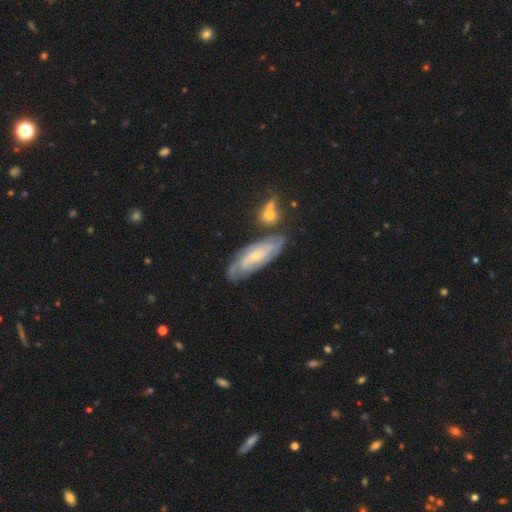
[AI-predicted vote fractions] This appears to be a featured or disk galaxy (75%) with no bar (56%), tight (61%) spiral arms (92%) and a small central bulge (67%). Merging: none (67%).